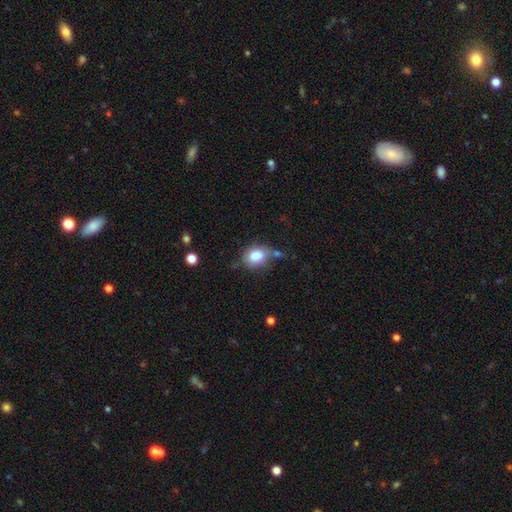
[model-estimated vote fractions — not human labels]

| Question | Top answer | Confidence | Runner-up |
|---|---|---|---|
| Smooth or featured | smooth | 81% | featured or disk (10%) |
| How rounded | in between | 54% | round (45%) |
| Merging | none | 60% | minor disturbance (21%) |